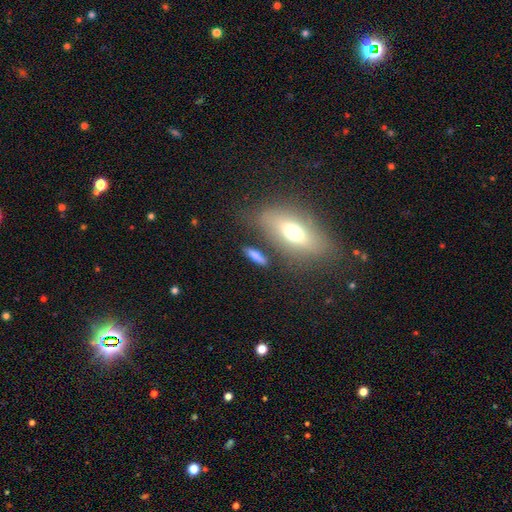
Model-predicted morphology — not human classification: This is likely a smooth galaxy (73%). How rounded: possibly cigar-shaped (50%). Merging: likely none (71%).